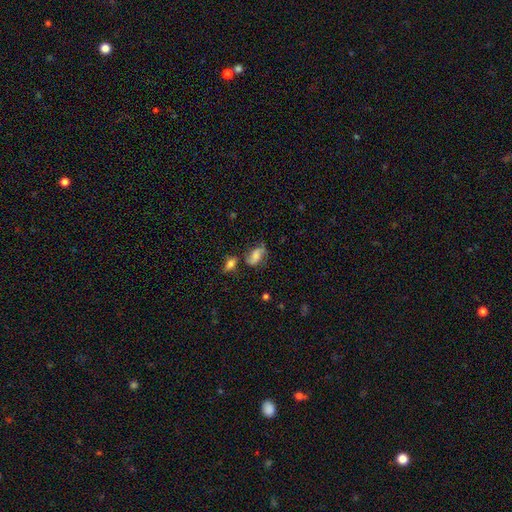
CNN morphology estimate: Smooth or featured: smooth — 48% (featured or disk — 41%)
Merging: none — 53% (minor disturbance — 23%)